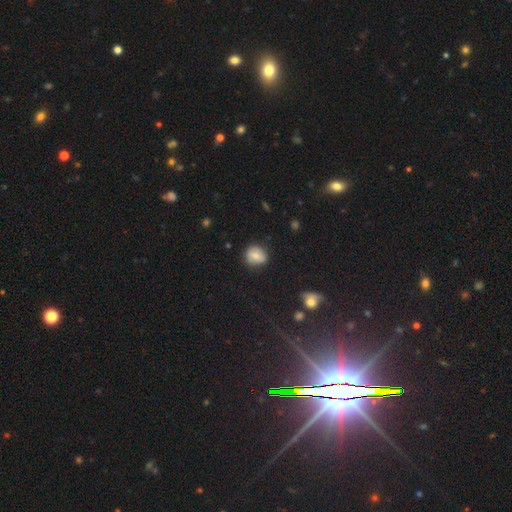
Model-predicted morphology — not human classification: A smooth galaxy with no disk features (70%) that is round (74%). Merging: none (78%).